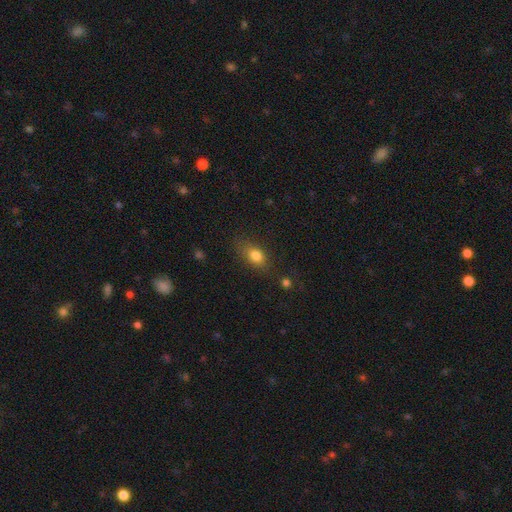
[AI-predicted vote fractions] This appears to be a smooth galaxy with no disk features (81%) that is in between round and cigar-shaped (75%). Merging: none (74%).